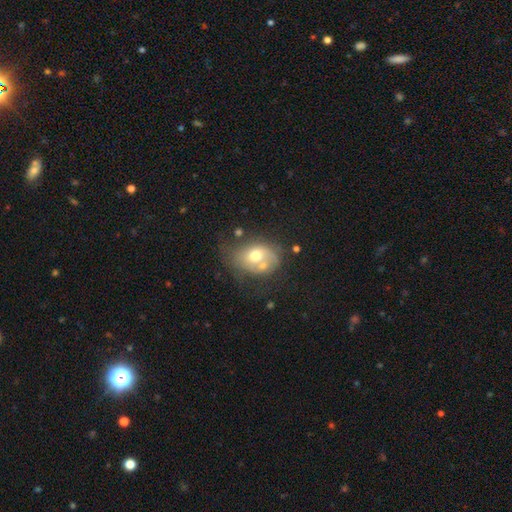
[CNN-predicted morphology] Smooth or featured?
  - smooth: 60% *
  - featured or disk: 29%
  - star or artifact: 10%
How rounded?
  - in between: 58% *
  - round: 41%
  - cigar-shaped: 1%
Merging?
  - none: 37% *
  - merger: 24%
  - minor disturbance: 24%
  - major disturbance: 16%